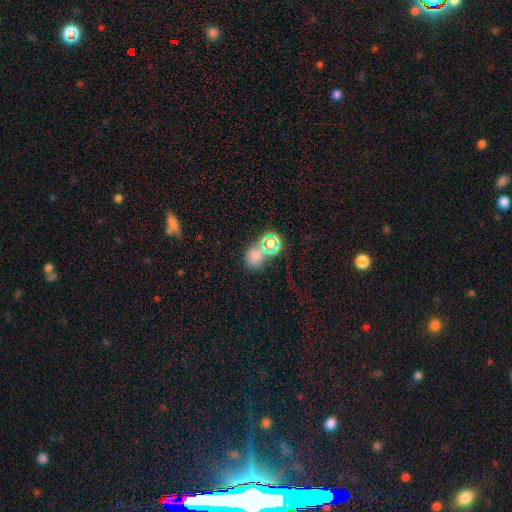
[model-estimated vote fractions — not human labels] Smooth or featured? Predicted: smooth (p=0.64). How rounded? Predicted: round (p=0.58). Merging? Predicted: none (p=0.57).